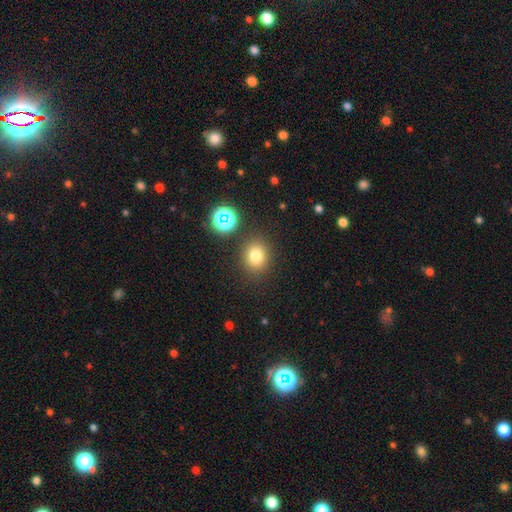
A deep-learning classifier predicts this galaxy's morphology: Smooth or featured? smooth (77%)
How rounded? round (72%)
Merging? none (84%)